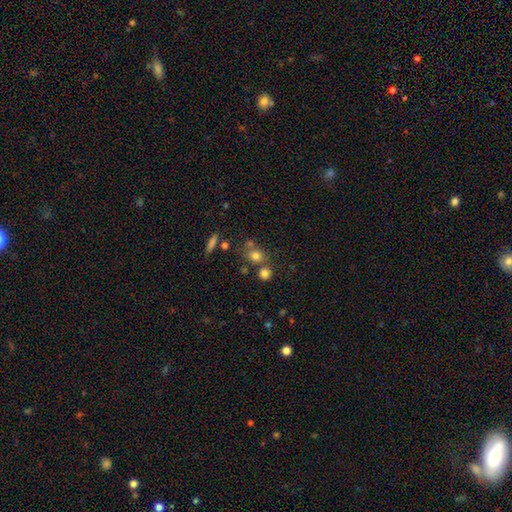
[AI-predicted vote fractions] Smooth or featured: smooth — 75% (star or artifact — 14%)
How rounded: round — 67% (in between — 31%)
Merging: none — 56% (merger — 27%)